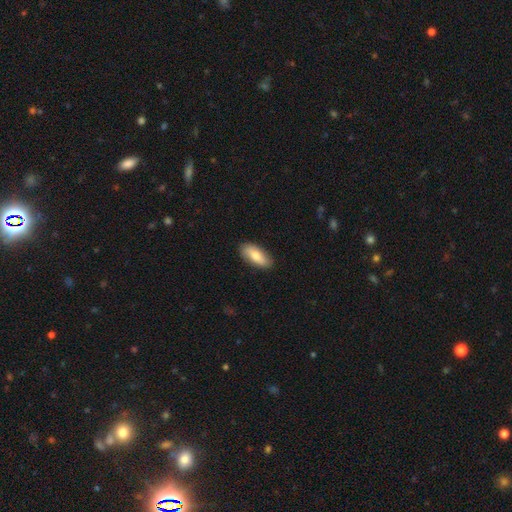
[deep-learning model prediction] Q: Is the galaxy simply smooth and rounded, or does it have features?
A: smooth — 77%.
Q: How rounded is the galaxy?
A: in between — 83%.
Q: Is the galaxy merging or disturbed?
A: none — 88%.